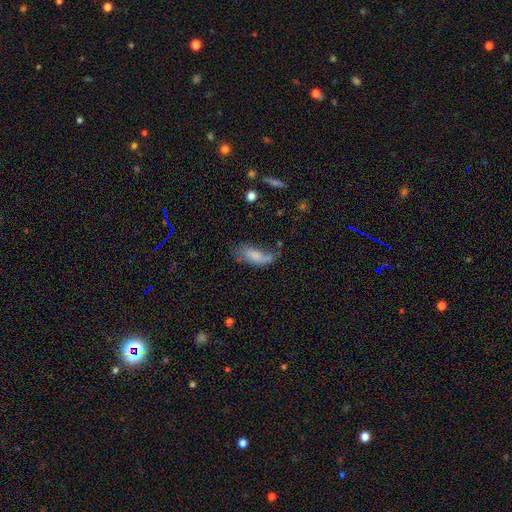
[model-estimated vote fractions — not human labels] This appears to be a smooth galaxy with no disk features (66%) that is in between round and cigar-shaped (80%). Merging: none (34%).